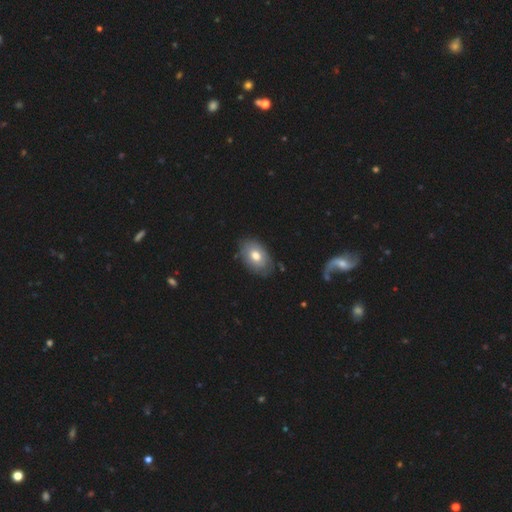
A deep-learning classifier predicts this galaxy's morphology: smooth 68%, featured or disk 25%, star or artifact 7%. Down the decision tree: how rounded — in between (87%); merging — none (78%).